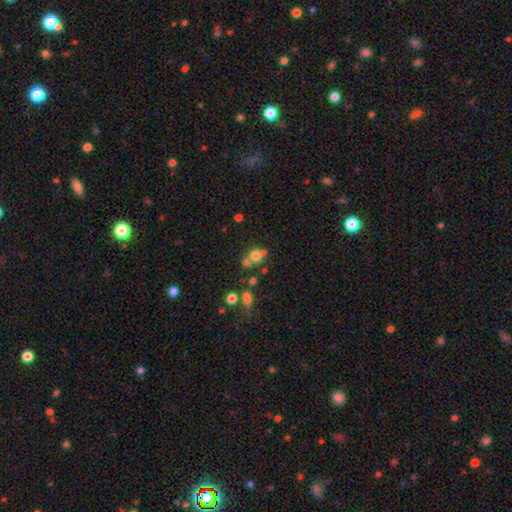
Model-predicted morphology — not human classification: Smooth or featured?
  - smooth: 67% *
  - star or artifact: 18%
  - featured or disk: 16%
How rounded?
  - round: 80% *
  - in between: 19%
  - cigar-shaped: 1%
Merging?
  - none: 45% *
  - merger: 41%
  - minor disturbance: 9%
  - major disturbance: 5%